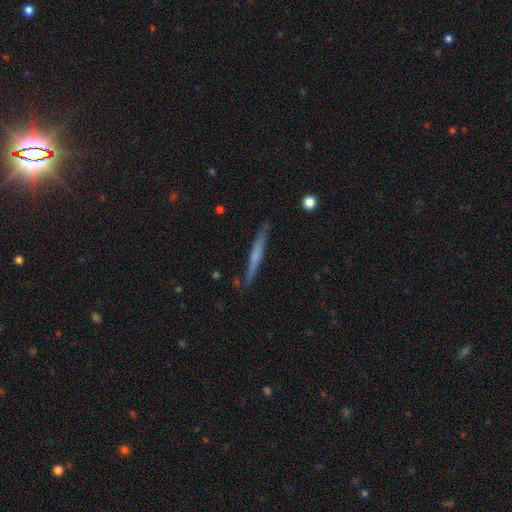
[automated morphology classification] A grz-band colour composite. It shows a featured or disk galaxy (47%, tied with smooth). Merging: none (87%).